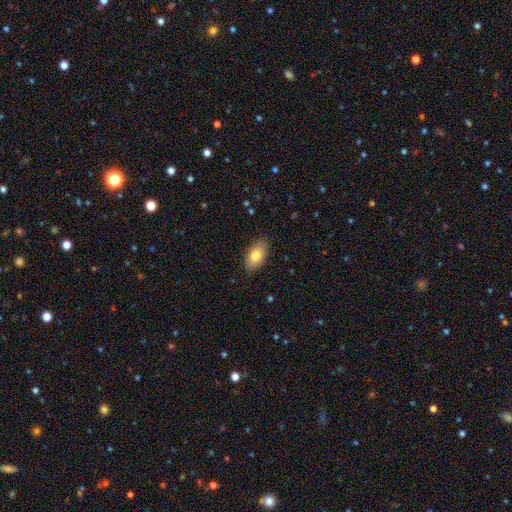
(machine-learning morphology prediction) Smooth or featured? smooth (81%)
How rounded? in between (92%)
Merging? none (86%)